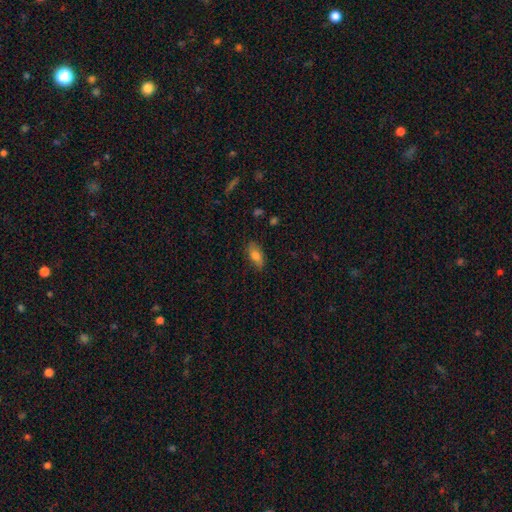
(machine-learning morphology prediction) Overall: smooth (78%). How rounded: in between (86%). Merging: none (78%).